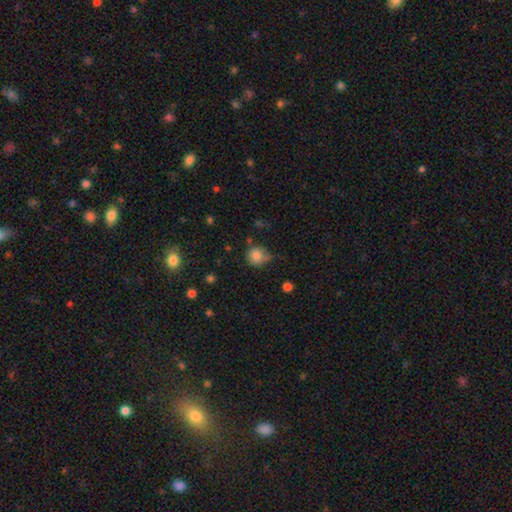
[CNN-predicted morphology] This appears to be a smooth galaxy with no disk features (83%) that is round (85%). Merging: none (53%).